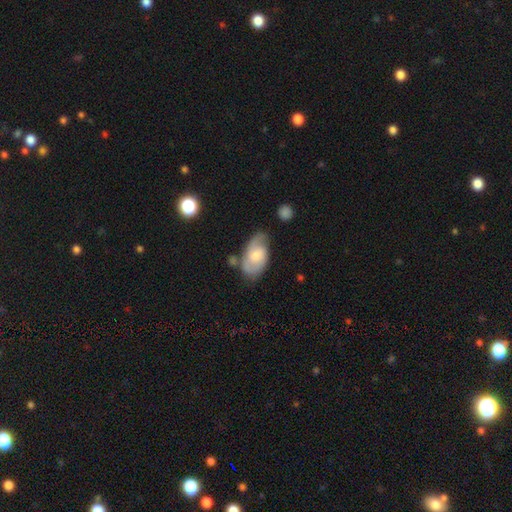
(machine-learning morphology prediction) This is possibly a smooth galaxy (47%, tied with featured or disk). Merging: possibly none (54%).